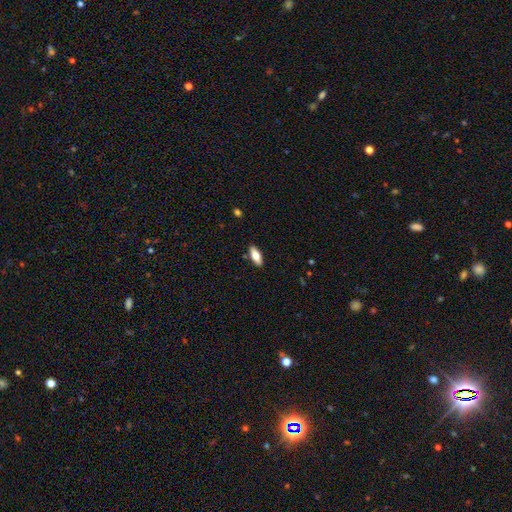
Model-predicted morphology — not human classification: A smooth galaxy with no disk features (66%) that is in between round and cigar-shaped (73%).

Vote fractions:
- Smooth or featured? smooth: 66% / featured or disk: 28% / star or artifact: 6%
- How rounded? in between: 73% / cigar-shaped: 25% / round: 2%
- Merging? none: 89% / minor disturbance: 8% / major disturbance: 2% / merger: 1%